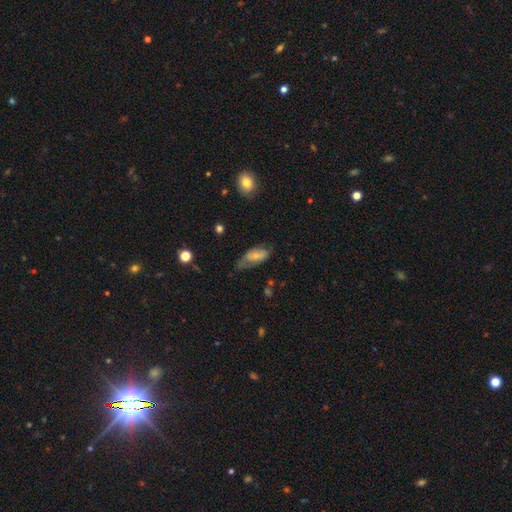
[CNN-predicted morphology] type=smooth (57%); roundness=in between (88%); merging=minor disturbance (38%).